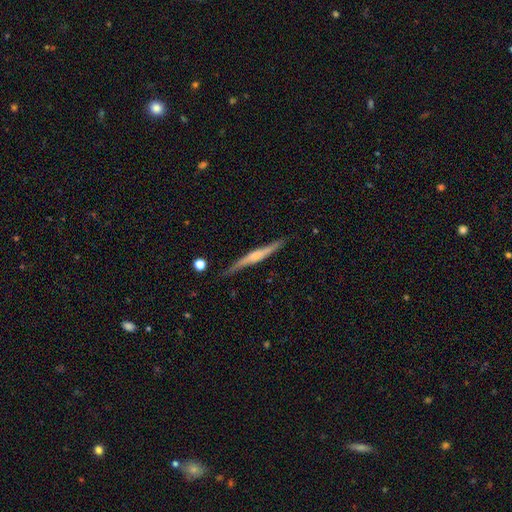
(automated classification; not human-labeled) smooth_or_featured: featured or disk (p=0.69) [alt: smooth p=0.26]
disk_edge_on: yes (p=0.96) [alt: no p=0.04]
edge_on_bulge: rounded (p=0.68) [alt: none p=0.19]
merging: none (p=0.83) [alt: minor disturbance p=0.13]